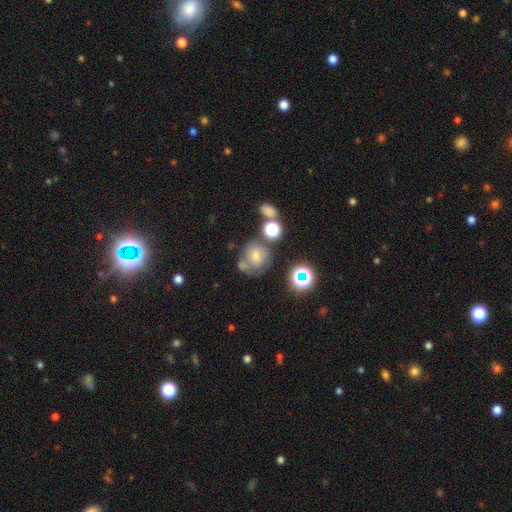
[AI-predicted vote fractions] A smooth galaxy with no disk features (46%).

Vote fractions:
- Smooth or featured? smooth: 46% / featured or disk: 30% / star or artifact: 24%
- Merging? none: 56% / minor disturbance: 18% / merger: 17% / major disturbance: 9%